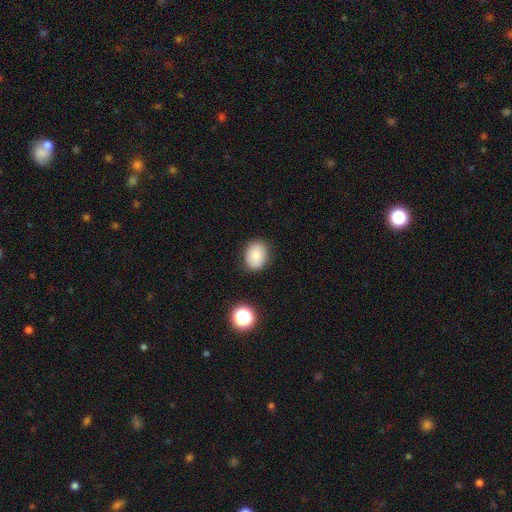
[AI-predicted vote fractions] smooth_or_featured: smooth (p=0.81) [alt: featured or disk p=0.10]
how_rounded: round (p=0.50) [alt: in between p=0.49]
merging: none (p=0.85) [alt: minor disturbance p=0.11]